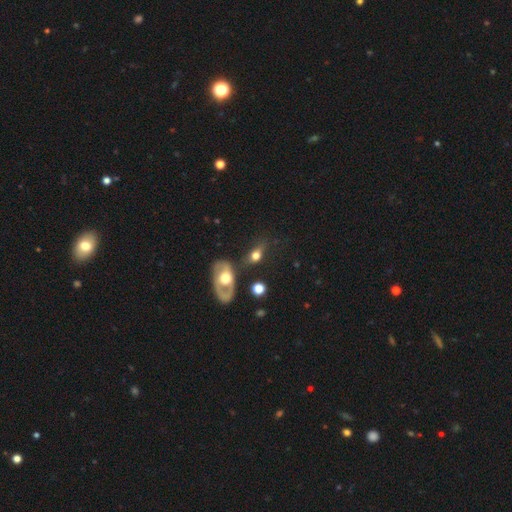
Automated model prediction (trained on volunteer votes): Overall: smooth (57%; featured or disk 32%). How rounded: in between (72%). Merging: none (57%; minor disturbance 19%).